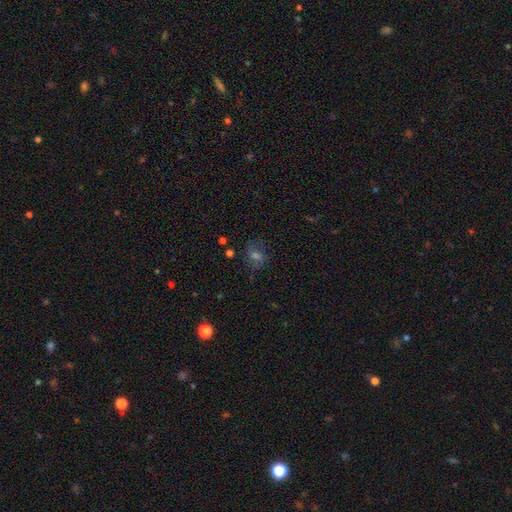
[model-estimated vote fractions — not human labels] Smooth or featured?
  - smooth: 38% *
  - featured or disk: 34%
  - star or artifact: 28%
Merging?
  - none: 69% *
  - minor disturbance: 17%
  - major disturbance: 12%
  - merger: 2%